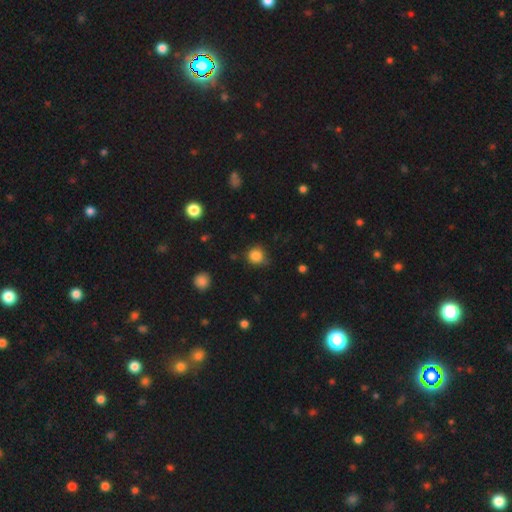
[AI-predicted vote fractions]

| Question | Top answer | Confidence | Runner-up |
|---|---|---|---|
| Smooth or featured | smooth | 84% | star or artifact (12%) |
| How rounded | round | 91% | in between (8%) |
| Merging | none | 77% | minor disturbance (17%) |